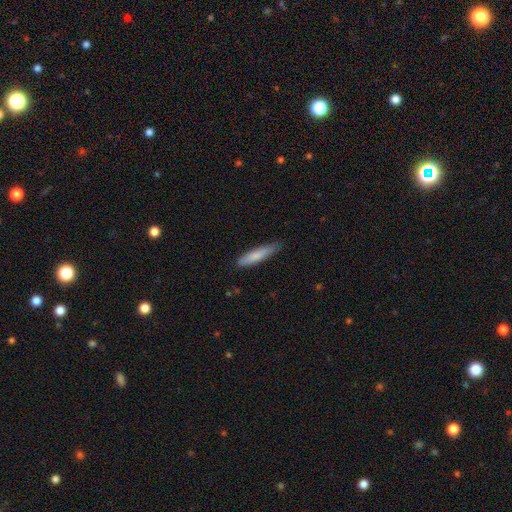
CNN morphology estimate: A smooth galaxy with no disk features (79%) that is cigar-shaped (85%).

Vote fractions:
- Smooth or featured? smooth: 79% / featured or disk: 15% / star or artifact: 5%
- How rounded? cigar-shaped: 85% / in between: 14% / round: 1%
- Merging? none: 78% / minor disturbance: 18% / major disturbance: 2% / merger: 1%